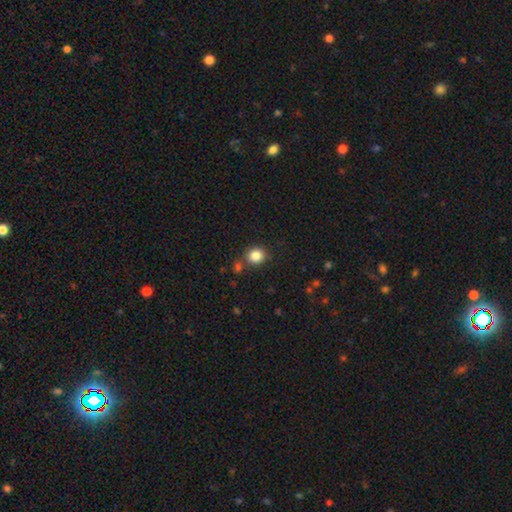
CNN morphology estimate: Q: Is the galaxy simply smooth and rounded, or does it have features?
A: smooth — 85%.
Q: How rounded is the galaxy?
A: round — 80%.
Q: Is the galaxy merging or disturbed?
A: none — 78%.